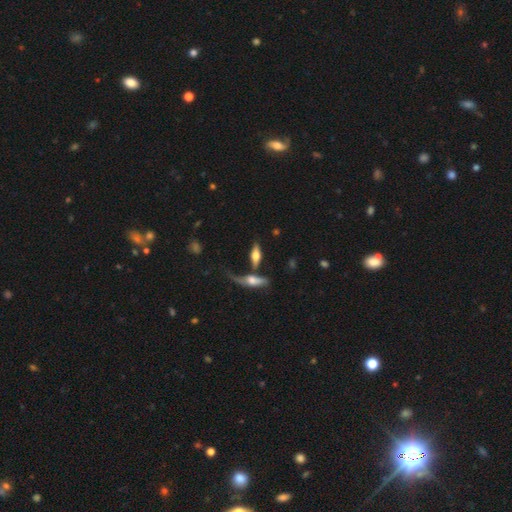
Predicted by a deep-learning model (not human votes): This appears to be a smooth galaxy with no disk features (51%) that is in between round and cigar-shaped (62%). Merging: none (48%).